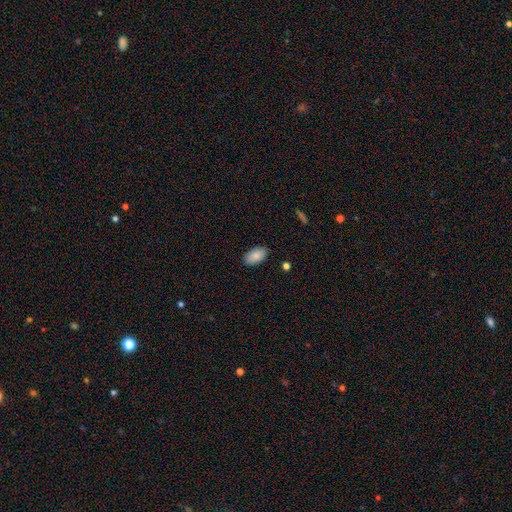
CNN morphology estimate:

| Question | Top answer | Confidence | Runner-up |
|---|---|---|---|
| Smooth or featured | smooth | 87% | star or artifact (7%) |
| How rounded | in between | 94% | round (4%) |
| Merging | none | 86% | minor disturbance (11%) |